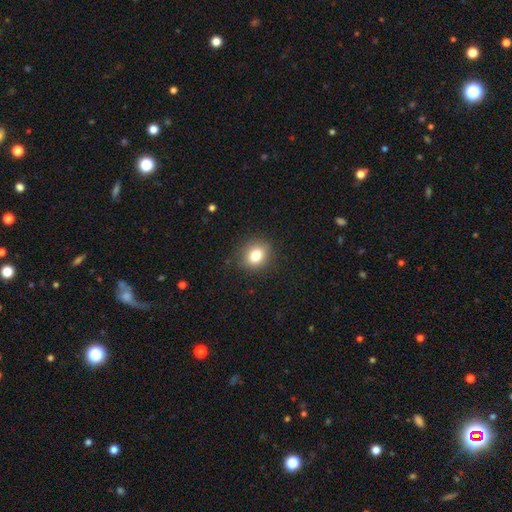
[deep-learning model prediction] This is likely a smooth galaxy (80%). How rounded: likely round (73%). Merging: clearly none (88%).